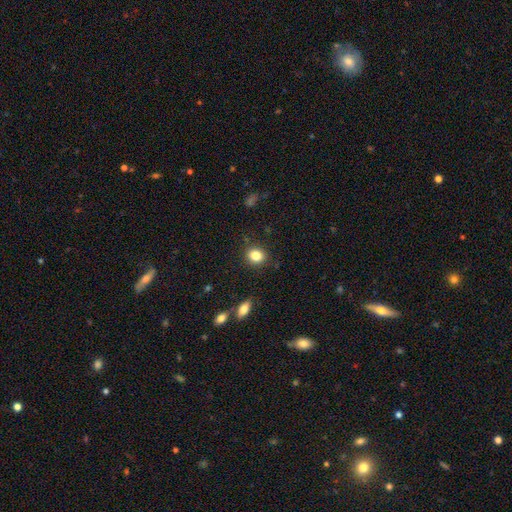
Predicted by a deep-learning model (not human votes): A smooth galaxy with no disk features (83%) that is round (65%). Merging: none (87%).